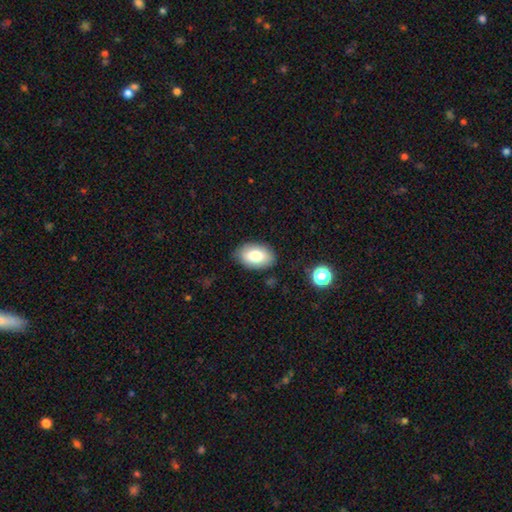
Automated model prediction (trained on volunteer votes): A smooth galaxy with no disk features (78%) that is in between round and cigar-shaped (90%).

Vote fractions:
- Smooth or featured? smooth: 78% / featured or disk: 15% / star or artifact: 7%
- How rounded? in between: 90% / round: 9% / cigar-shaped: 1%
- Merging? none: 84% / minor disturbance: 12% / major disturbance: 3% / merger: 2%